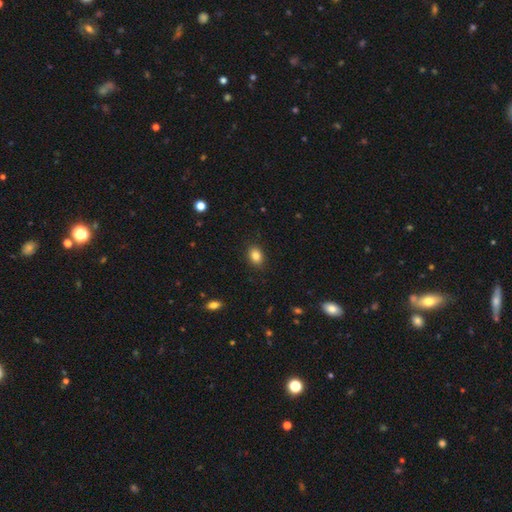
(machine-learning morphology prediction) The model was most divided on "how rounded": in between: 69%, round: 30%, cigar-shaped: 1%. More confident: merging — none (88%); smooth or featured — smooth (85%).